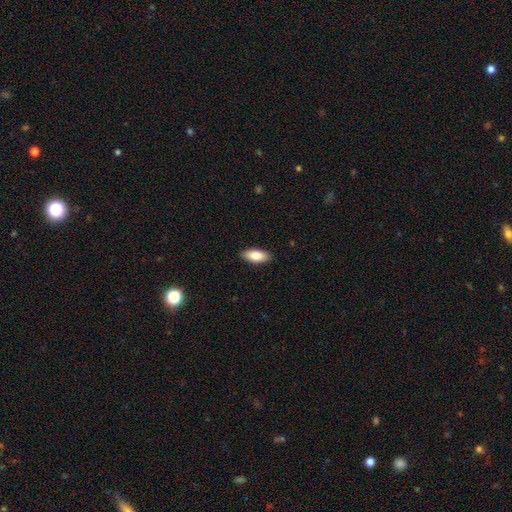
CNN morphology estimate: Smooth or featured?
  - smooth: 83% *
  - featured or disk: 11%
  - star or artifact: 6%
How rounded?
  - in between: 86% *
  - cigar-shaped: 12%
  - round: 2%
Merging?
  - none: 89% *
  - minor disturbance: 8%
  - major disturbance: 2%
  - merger: 1%